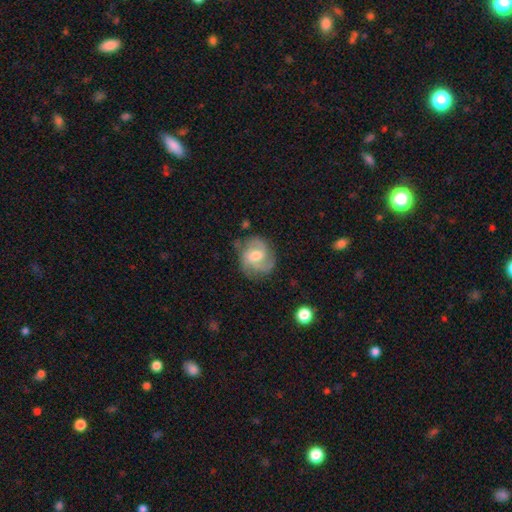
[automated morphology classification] This is likely a featured or disk galaxy (72%). It is clearly not viewed edge-on (98%). Bar: possibly weak (48%). Spiral arm pattern: clearly yes (91%). Spiral arm count: marginally 2 (44%). Spiral winding: possibly medium (48%). Central bulge: likely moderate (67%). Merging: likely none (66%).